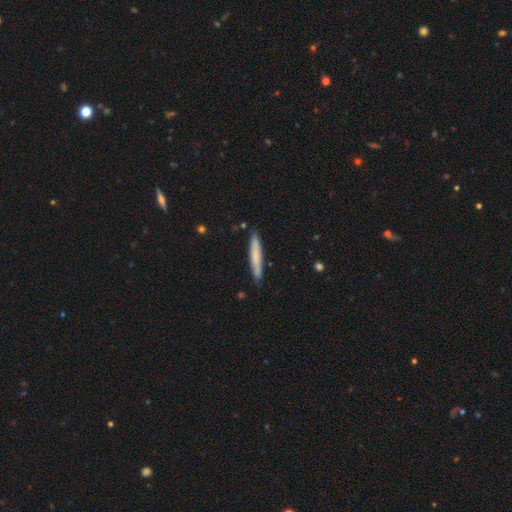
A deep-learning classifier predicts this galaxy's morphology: This is likely a smooth galaxy (68%). How rounded: clearly cigar-shaped (95%). Merging: clearly none (86%).